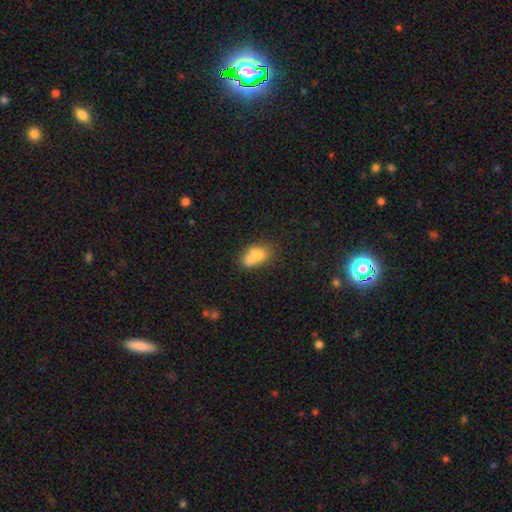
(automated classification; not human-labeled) A smooth galaxy with no disk features (71%) that is in between round and cigar-shaped (67%).

Vote fractions:
- Smooth or featured? smooth: 71% / featured or disk: 19% / star or artifact: 10%
- How rounded? in between: 67% / round: 31% / cigar-shaped: 2%
- Merging? merger: 52% / none: 29% / minor disturbance: 13% / major disturbance: 6%